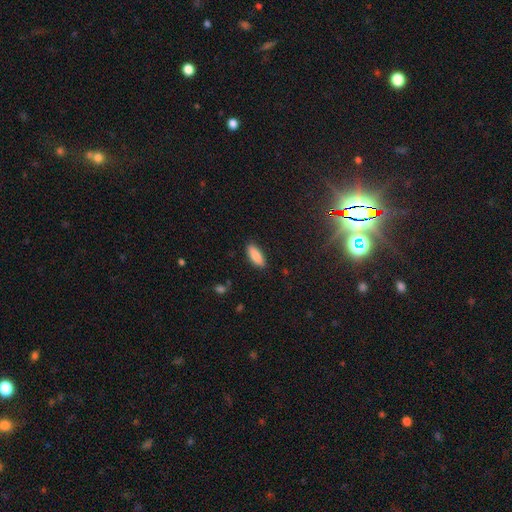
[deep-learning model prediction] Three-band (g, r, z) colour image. It shows a smooth galaxy with no disk features (88%) that is in between round and cigar-shaped (73%). Merging: none (86%).